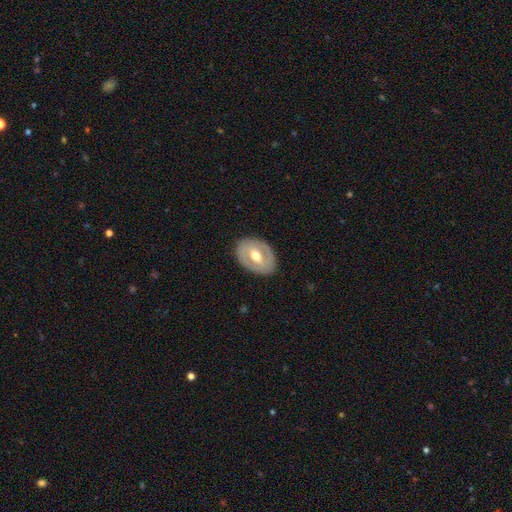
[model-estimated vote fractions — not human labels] Smooth or featured?
  - featured or disk: 59% *
  - smooth: 35%
  - star or artifact: 5%
Edge-on disk?
  - no: 92% *
  - yes: 8%
Bar?
  - weak: 39% *
  - no: 37%
  - strong: 25%
Spiral arms?
  - no: 70% *
  - yes: 30%
Bulge size?
  - moderate: 77% *
  - large: 11%
  - small: 11%
  - dominant: 1%
  - none: 1%
Merging?
  - none: 84% *
  - minor disturbance: 11%
  - major disturbance: 4%
  - merger: 1%